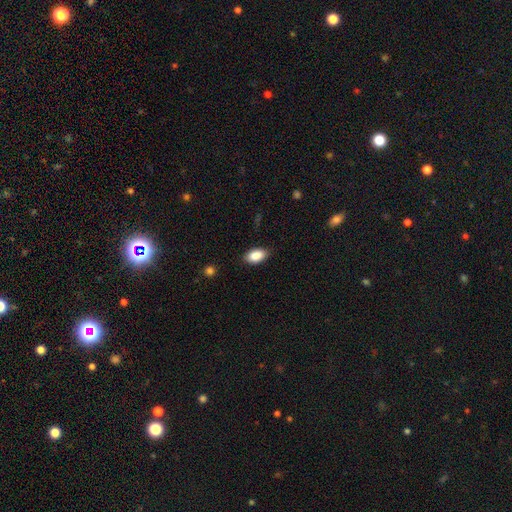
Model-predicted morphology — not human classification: This appears to be a smooth galaxy with no disk features (88%) that is in between round and cigar-shaped (93%). Merging: none (85%).